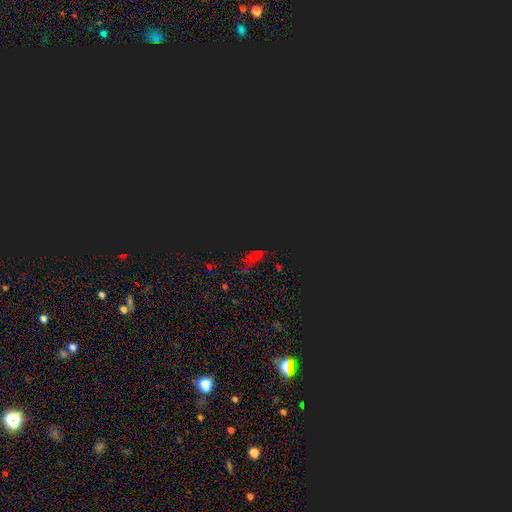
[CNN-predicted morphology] type=star or artifact (68%).